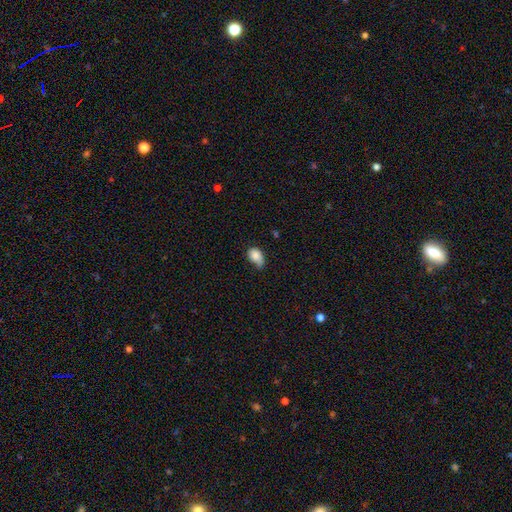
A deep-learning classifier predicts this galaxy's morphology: smooth_or_featured: smooth (p=0.82) [alt: featured or disk p=0.09]
how_rounded: in between (p=0.80) [alt: round p=0.18]
merging: minor disturbance (p=0.42) [alt: none p=0.36]